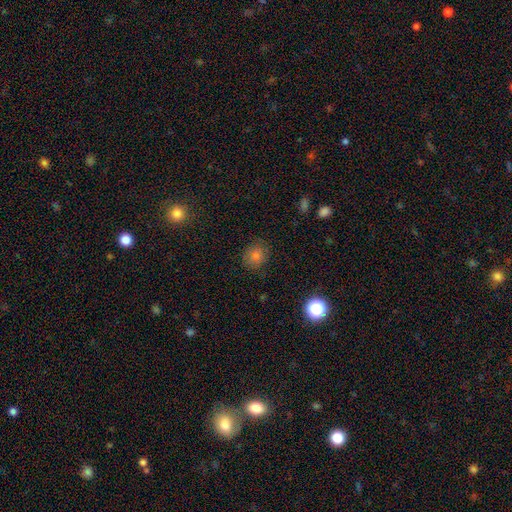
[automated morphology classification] Q: Smooth or featured?
A: smooth (73%); runner-up: star or artifact (18%)
Q: How rounded?
A: round (80%); runner-up: in between (19%)
Q: Merging?
A: none (86%); runner-up: minor disturbance (10%)